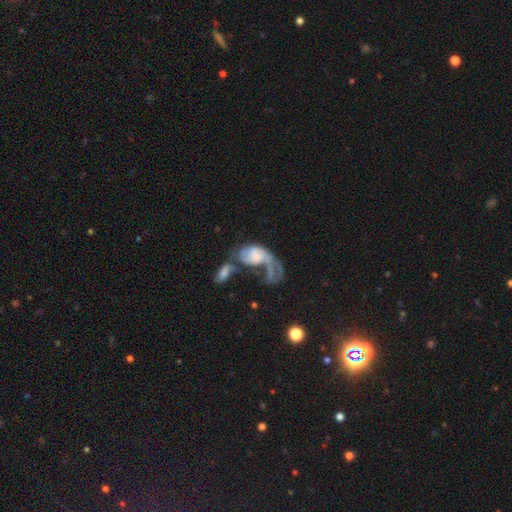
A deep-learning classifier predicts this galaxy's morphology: The model was most divided on "merging": merger: 42%, major disturbance: 40%, none: 10%, minor disturbance: 8%. Remaining: edge-on disk — no (96%); bar — no (67%); spiral arms — yes (66%); smooth or featured — featured or disk (59%); bulge size — none (32%).